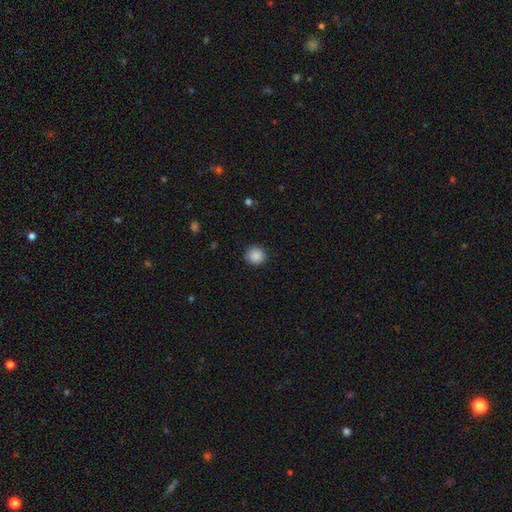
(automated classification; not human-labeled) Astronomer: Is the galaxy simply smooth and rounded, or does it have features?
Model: smooth — 88%.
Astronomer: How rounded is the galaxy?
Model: round — 91%.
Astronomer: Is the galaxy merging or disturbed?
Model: none — 88%.